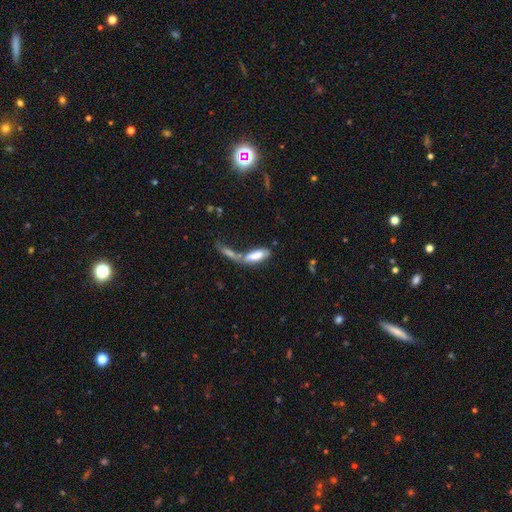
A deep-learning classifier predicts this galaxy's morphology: Overall: smooth (75%). How rounded: in between (62%; cigar-shaped 36%). Merging: merger (52%; none 28%).